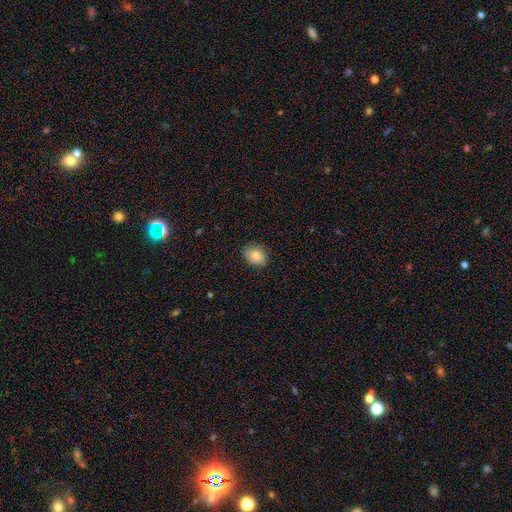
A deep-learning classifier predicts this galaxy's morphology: Q: Smooth or featured?
A: smooth (81%); runner-up: featured or disk (11%)
Q: How rounded?
A: round (50%); runner-up: in between (49%)
Q: Merging?
A: none (83%); runner-up: minor disturbance (14%)